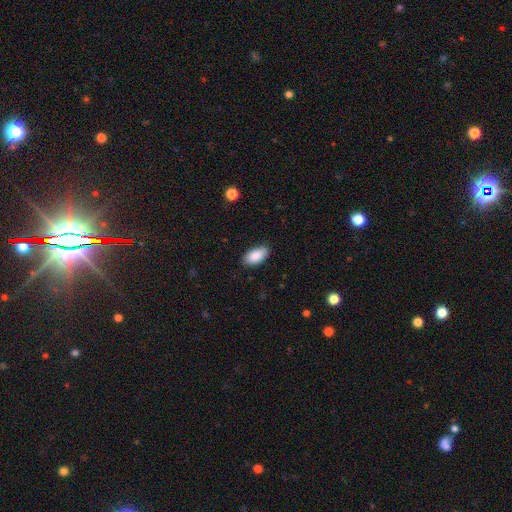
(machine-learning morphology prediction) smooth 88%, star or artifact 6%, featured or disk 5%. Down the decision tree: how rounded — in between (94%); merging — none (86%).